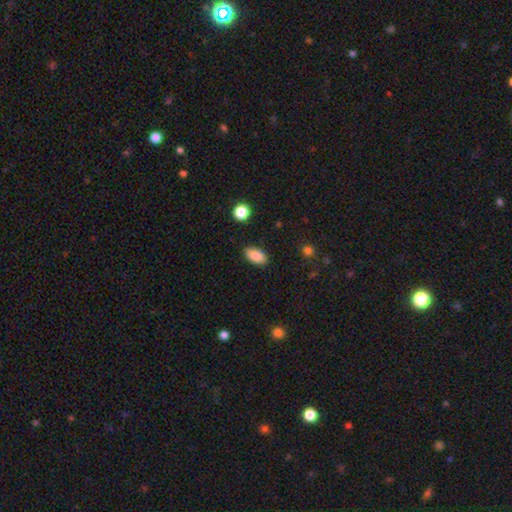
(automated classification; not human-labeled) The model was most divided on "merging": none: 87%, minor disturbance: 9%, major disturbance: 2%, merger: 1%. More confident: how rounded — in between (92%); smooth or featured — smooth (88%).